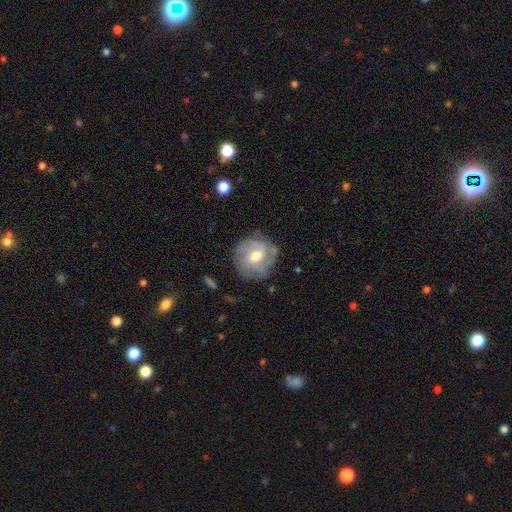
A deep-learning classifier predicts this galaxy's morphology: featured or disk 56%, smooth 36%, star or artifact 7%. Down the decision tree: edge-on disk — no (97%); bar — no (51%); spiral arms — yes (77%); bulge size — moderate (71%); merging — none (71%).